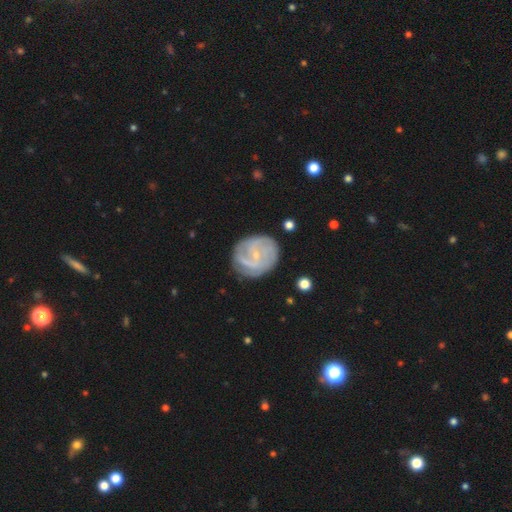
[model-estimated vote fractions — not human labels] Smooth or featured: featured or disk — 79% (smooth — 15%)
Edge-on disk: no — 97% (yes — 3%)
Bar: no — 50% (weak — 40%)
Spiral arms: yes — 90% (no — 10%)
Spiral winding: tight — 43% (medium — 39%)
Spiral arm count: can't tell — 31% (2 — 30%)
Bulge size: small — 82% (moderate — 13%)
Merging: none — 73% (minor disturbance — 18%)